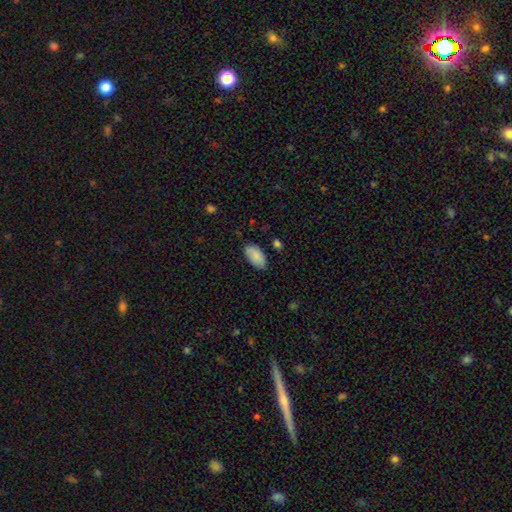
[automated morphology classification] A smooth galaxy with no disk features (88%) that is in between round and cigar-shaped (95%). Merging: none (81%).